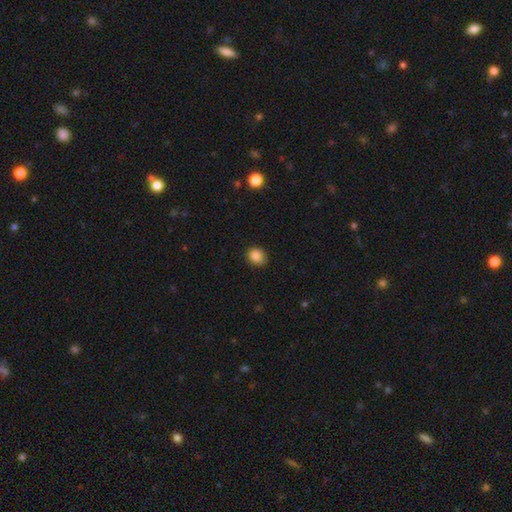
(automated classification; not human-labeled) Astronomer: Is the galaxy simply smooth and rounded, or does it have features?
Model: smooth — 85%.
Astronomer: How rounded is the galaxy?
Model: round — 68%.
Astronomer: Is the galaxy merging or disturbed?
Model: none — 80%.